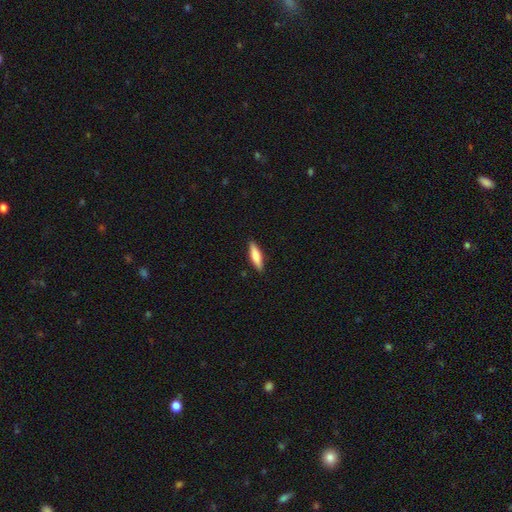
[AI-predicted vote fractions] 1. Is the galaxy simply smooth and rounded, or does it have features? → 73% smooth, 21% featured or disk, 6% star or artifact.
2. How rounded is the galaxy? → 67% cigar-shaped, 31% in between, 2% round.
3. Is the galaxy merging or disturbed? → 89% none, 8% minor disturbance, 2% major disturbance, 1% merger.